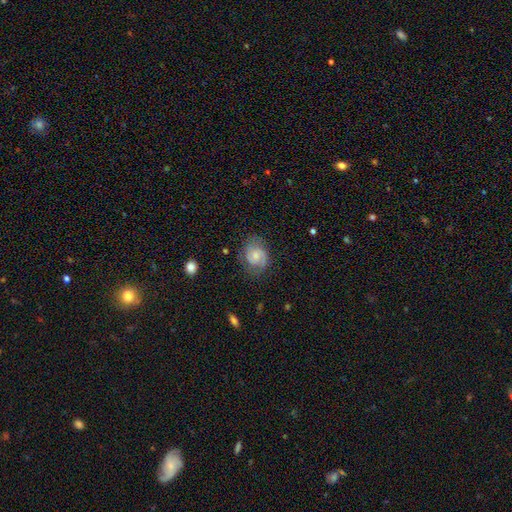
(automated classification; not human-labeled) Smooth or featured: featured or disk — 73% (smooth — 20%)
Edge-on disk: no — 98% (yes — 2%)
Bar: no — 58% (weak — 37%)
Spiral arms: yes — 94% (no — 6%)
Spiral winding: medium — 45% (tight — 42%)
Spiral arm count: 2 — 80% (can't tell — 9%)
Bulge size: small — 50% (moderate — 36%)
Merging: none — 72% (minor disturbance — 19%)